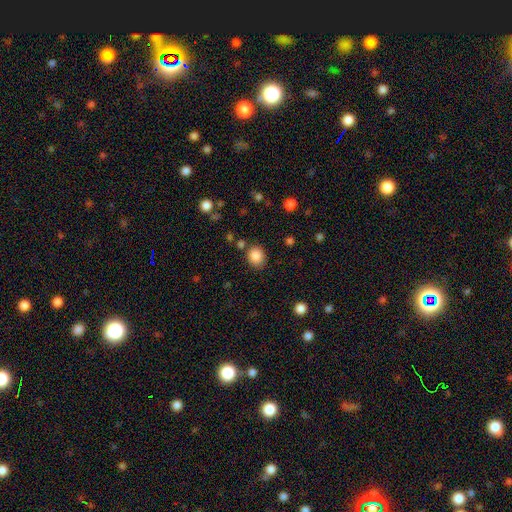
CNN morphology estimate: Smooth or featured? smooth (87%)
How rounded? round (70%)
Merging? none (81%)